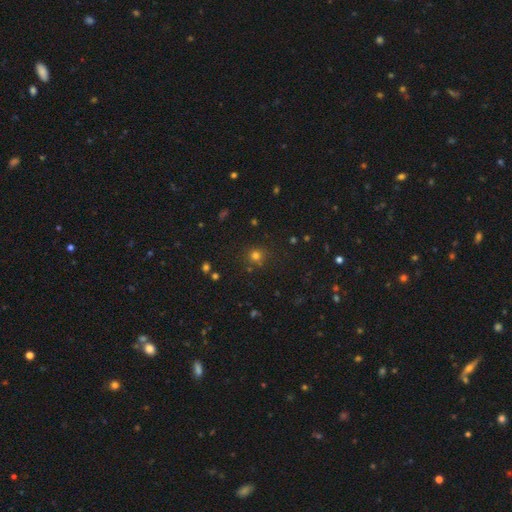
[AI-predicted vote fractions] smooth-or-featured: smooth: 73% | star or artifact: 21% | featured or disk: 6%
  how-rounded: round: 90% | in between: 9% | cigar-shaped: 1%
  merging: none: 82% | minor disturbance: 10% | merger: 5% | major disturbance: 3%